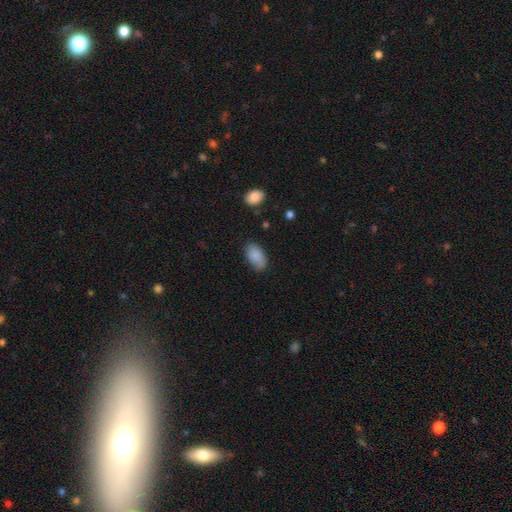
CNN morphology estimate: smooth-or-featured: smooth: 87% | star or artifact: 7% | featured or disk: 5%
  how-rounded: in between: 94% | round: 4% | cigar-shaped: 2%
  merging: none: 75% | minor disturbance: 19% | major disturbance: 4% | merger: 2%